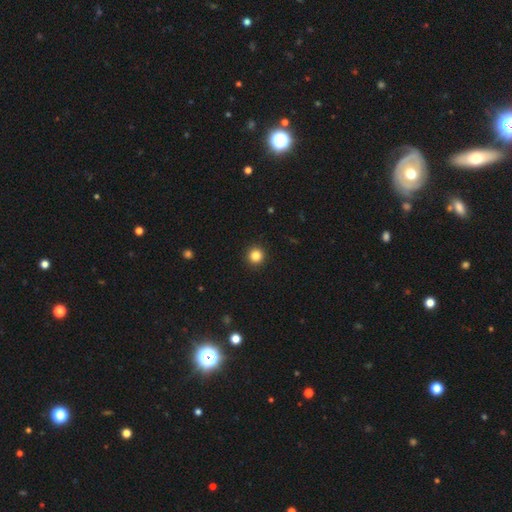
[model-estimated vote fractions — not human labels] Overall: smooth (84%). How rounded: round (96%). Merging: none (93%).